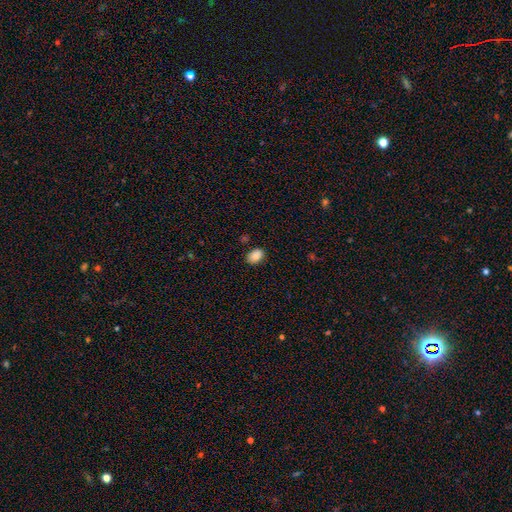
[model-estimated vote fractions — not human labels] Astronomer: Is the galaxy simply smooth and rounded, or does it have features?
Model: smooth — 87%.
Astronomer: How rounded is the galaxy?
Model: in between — 82%.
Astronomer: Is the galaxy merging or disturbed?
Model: none — 84%.